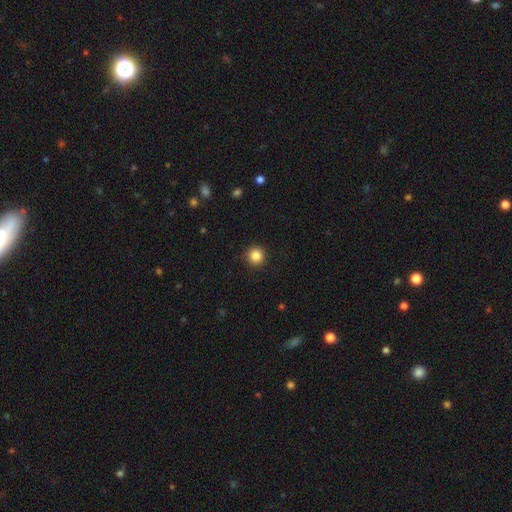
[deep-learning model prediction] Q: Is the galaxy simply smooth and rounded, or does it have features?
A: smooth — 85%.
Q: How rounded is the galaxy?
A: round — 95%.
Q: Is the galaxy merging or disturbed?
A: none — 91%.